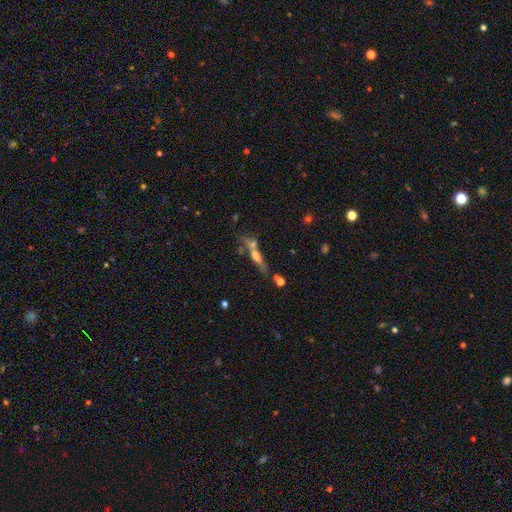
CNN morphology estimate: A smooth galaxy with no disk features (45%).

Vote fractions:
- Smooth or featured? smooth: 45% / featured or disk: 41% / star or artifact: 14%
- Merging? none: 37% / merger: 35% / minor disturbance: 15% / major disturbance: 13%